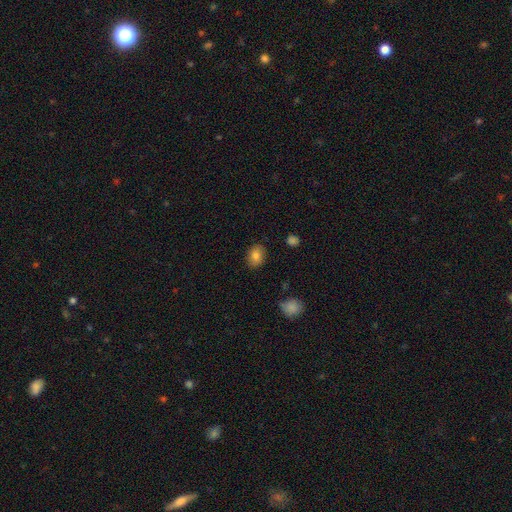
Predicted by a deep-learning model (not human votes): Q: Smooth or featured?
A: smooth (83%); runner-up: star or artifact (9%)
Q: How rounded?
A: in between (66%); runner-up: round (33%)
Q: Merging?
A: none (86%); runner-up: minor disturbance (11%)